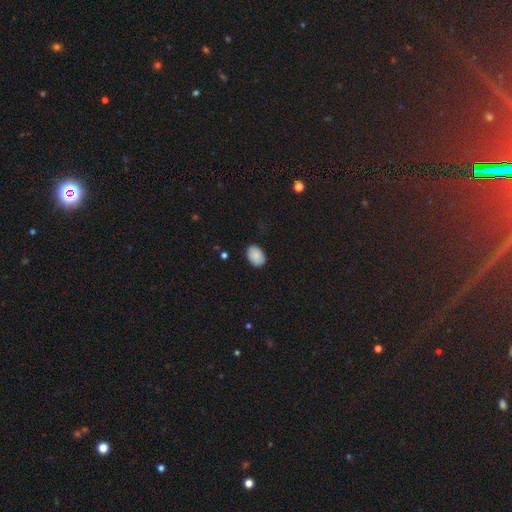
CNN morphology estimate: Smooth or featured? smooth (88%)
How rounded? in between (81%)
Merging? none (86%)